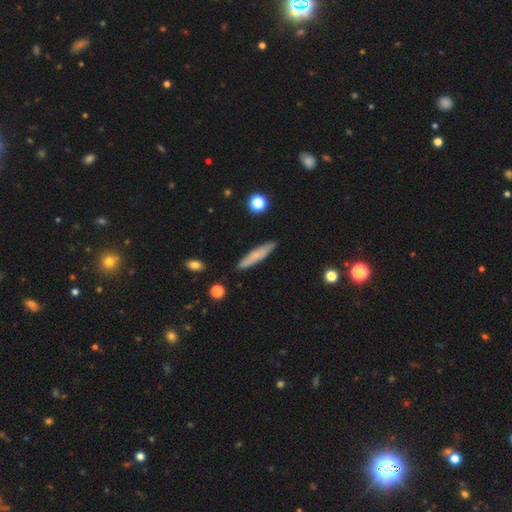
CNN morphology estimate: smooth-or-featured: smooth: 68% | featured or disk: 24% | star or artifact: 7%
  how-rounded: cigar-shaped: 88% | in between: 10% | round: 2%
  merging: none: 87% | minor disturbance: 9% | major disturbance: 2% | merger: 2%